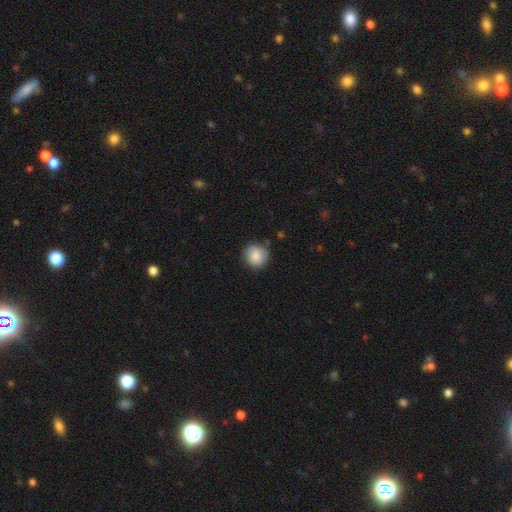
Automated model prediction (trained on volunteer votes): Smooth or featured? smooth (86%)
How rounded? round (92%)
Merging? none (84%)